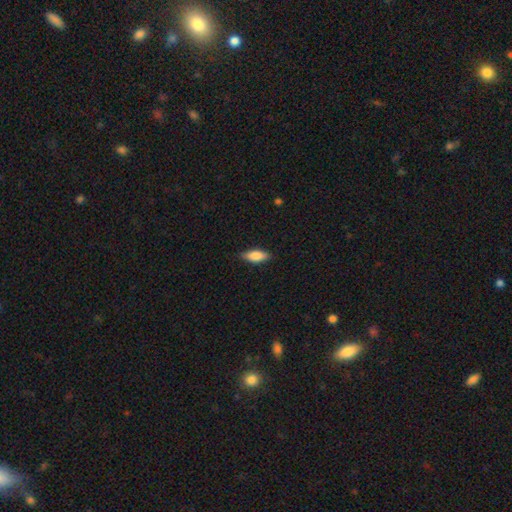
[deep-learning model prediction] smooth_or_featured: smooth (p=0.83) [alt: featured or disk p=0.11]
how_rounded: in between (p=0.73) [alt: cigar-shaped p=0.24]
merging: none (p=0.85) [alt: minor disturbance p=0.12]